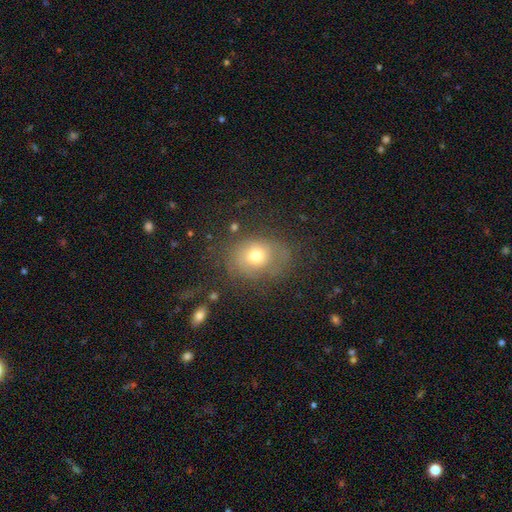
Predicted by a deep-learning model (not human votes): Q: Smooth or featured?
A: smooth (64%); runner-up: featured or disk (23%)
Q: How rounded?
A: in between (53%); runner-up: round (46%)
Q: Merging?
A: none (59%); runner-up: minor disturbance (22%)